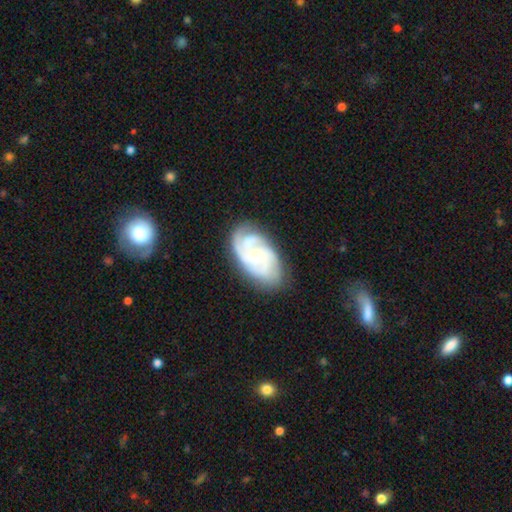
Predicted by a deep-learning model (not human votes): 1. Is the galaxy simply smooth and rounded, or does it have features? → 86% featured or disk, 9% smooth, 5% star or artifact.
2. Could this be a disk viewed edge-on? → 97% no, 3% yes.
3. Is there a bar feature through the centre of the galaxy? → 66% no, 28% weak, 6% strong.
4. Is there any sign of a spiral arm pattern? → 97% yes, 3% no.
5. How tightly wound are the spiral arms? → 60% tight, 33% medium, 6% loose.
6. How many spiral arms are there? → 49% 3, 18% 2, 14% can't tell, 11% 4, 4% 1, 4% more than 4.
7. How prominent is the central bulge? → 51% moderate, 43% small, 3% large, 2% none, 1% dominant.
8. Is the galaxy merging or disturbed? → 74% none, 18% minor disturbance, 6% major disturbance, 2% merger.